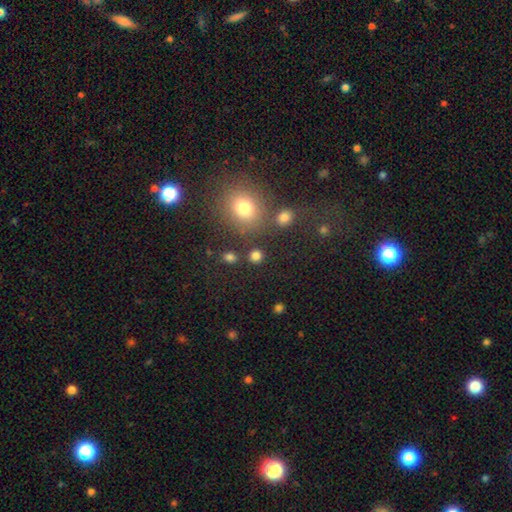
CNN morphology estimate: smooth-or-featured: smooth: 80% | star or artifact: 15% | featured or disk: 5%
  how-rounded: round: 83% | in between: 16% | cigar-shaped: 1%
  merging: none: 81% | minor disturbance: 8% | merger: 7% | major disturbance: 4%